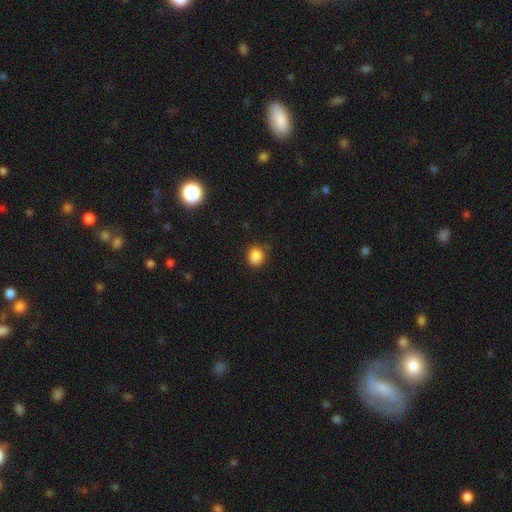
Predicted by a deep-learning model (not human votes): smooth 86%, star or artifact 10%, featured or disk 4%. Down the decision tree: how rounded — round (58%); merging — none (78%).